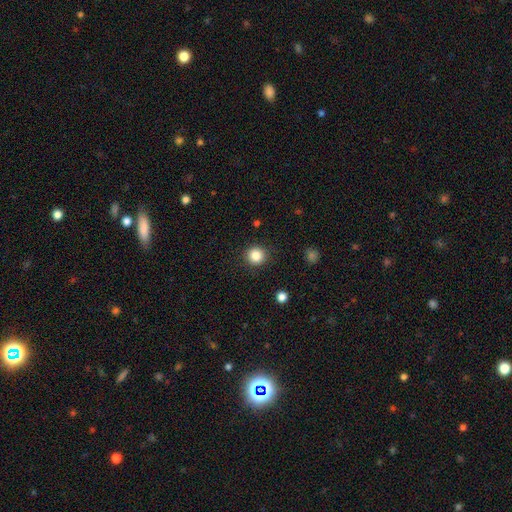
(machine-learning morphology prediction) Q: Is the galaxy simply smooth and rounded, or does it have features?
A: smooth — 84%.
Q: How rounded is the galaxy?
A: round — 92%.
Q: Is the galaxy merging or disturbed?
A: none — 91%.